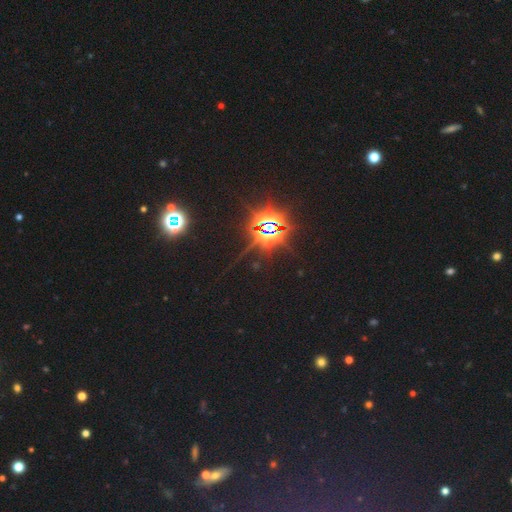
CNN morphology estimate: star or artifact 76%, smooth 18%, featured or disk 6%.